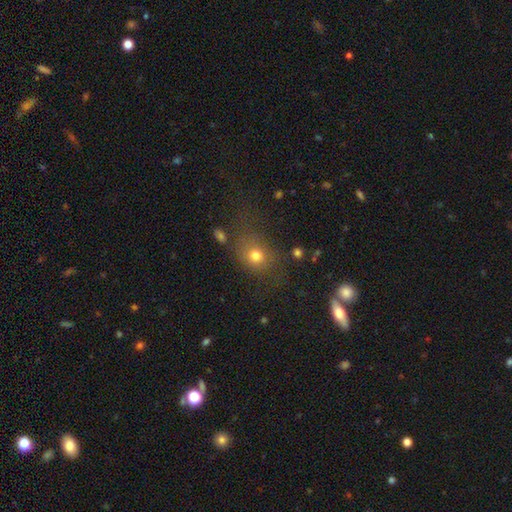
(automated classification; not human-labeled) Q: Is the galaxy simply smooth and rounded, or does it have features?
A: smooth — 73%.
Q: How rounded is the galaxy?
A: round — 61%.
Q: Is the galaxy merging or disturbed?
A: none — 58%.